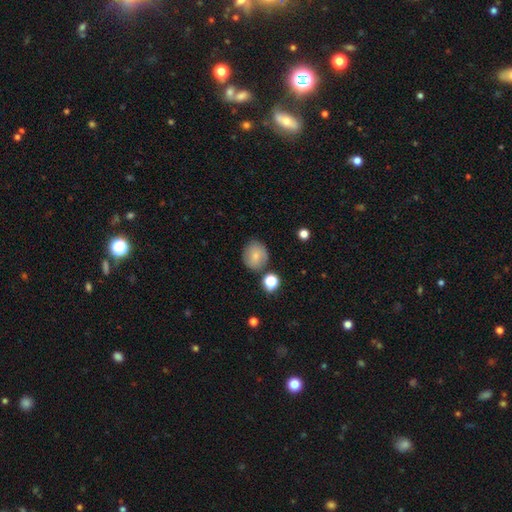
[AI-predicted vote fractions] A smooth galaxy with no disk features (72%) that is round (79%).

Vote fractions:
- Smooth or featured? smooth: 72% / featured or disk: 18% / star or artifact: 10%
- How rounded? round: 79% / in between: 20% / cigar-shaped: 1%
- Merging? none: 76% / minor disturbance: 13% / merger: 7% / major disturbance: 4%